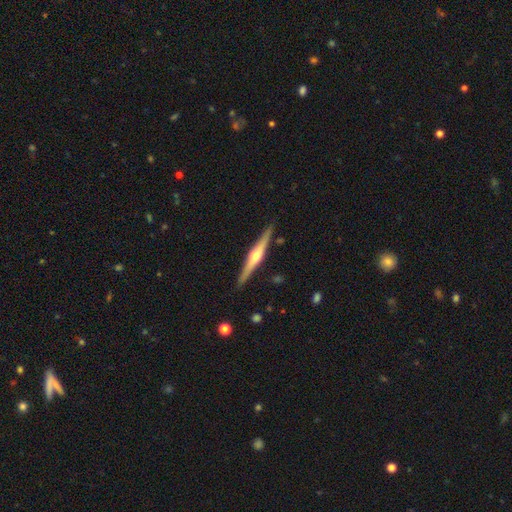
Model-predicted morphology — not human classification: smooth_or_featured: featured or disk (p=0.75) [alt: smooth p=0.20]
disk_edge_on: yes (p=0.98) [alt: no p=0.02]
edge_on_bulge: rounded (p=0.92) [alt: boxy p=0.05]
merging: none (p=0.90) [alt: minor disturbance p=0.08]